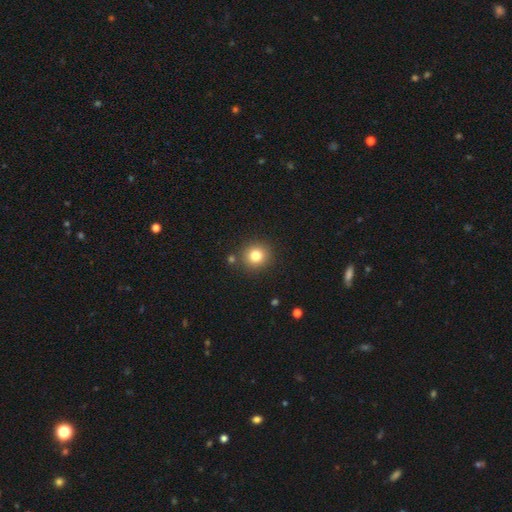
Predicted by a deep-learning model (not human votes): Q: Smooth or featured?
A: smooth (80%); runner-up: star or artifact (13%)
Q: How rounded?
A: round (92%); runner-up: in between (7%)
Q: Merging?
A: none (85%); runner-up: minor disturbance (7%)